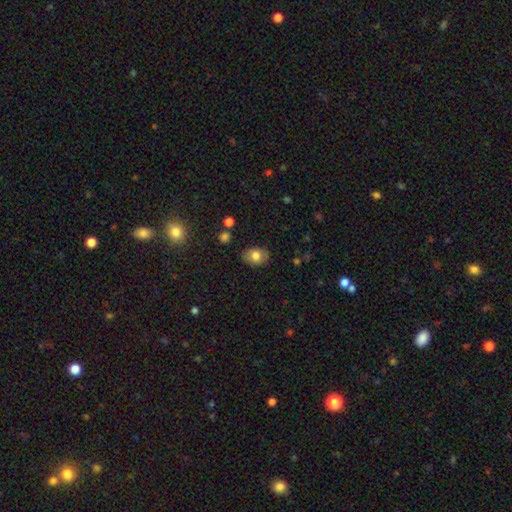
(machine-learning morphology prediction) This appears to be a smooth galaxy with no disk features (77%) that is in between round and cigar-shaped (73%). Merging: none (84%).